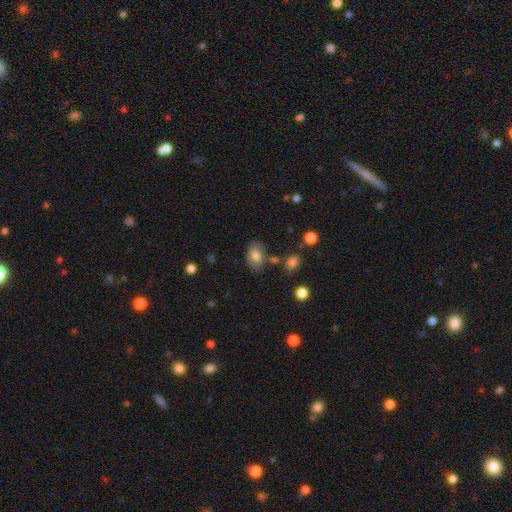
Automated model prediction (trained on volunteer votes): The model was most divided on "merging": none: 72%, minor disturbance: 16%, merger: 7%, major disturbance: 5%. More confident: how rounded — in between (84%); smooth or featured — smooth (78%).